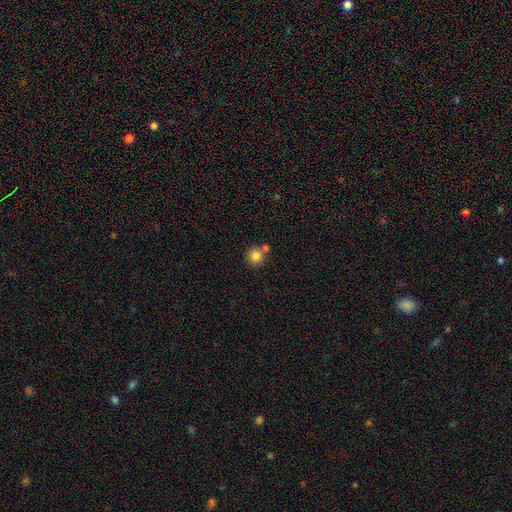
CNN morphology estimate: Overall: smooth (83%). How rounded: round (91%). Merging: none (65%).